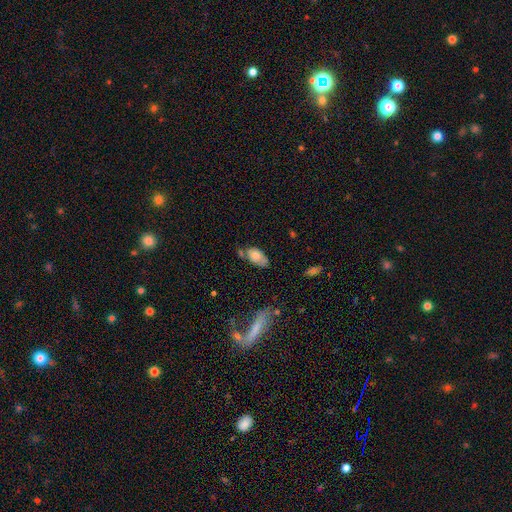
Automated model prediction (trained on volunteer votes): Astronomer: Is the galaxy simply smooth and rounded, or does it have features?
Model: smooth — 72%.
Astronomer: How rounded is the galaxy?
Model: in between — 92%.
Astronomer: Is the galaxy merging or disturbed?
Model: none — 48% (runner-up: minor disturbance, 30%).